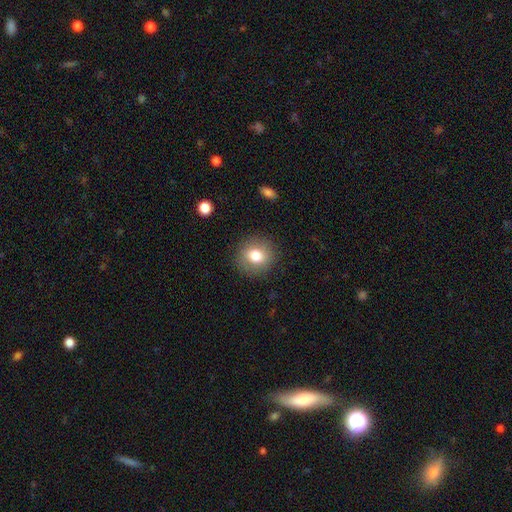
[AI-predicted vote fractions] Smooth or featured: smooth — 78% (featured or disk — 12%)
How rounded: round — 83% (in between — 16%)
Merging: none — 88% (minor disturbance — 8%)